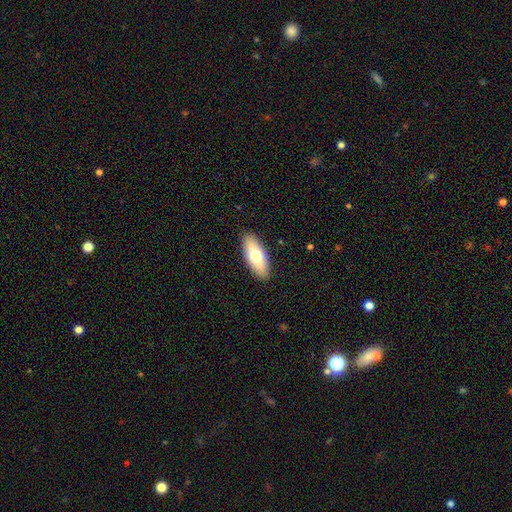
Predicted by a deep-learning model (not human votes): Smooth or featured? Predicted: smooth (p=0.72). How rounded? Predicted: in between (p=0.77). Merging? Predicted: none (p=0.90).